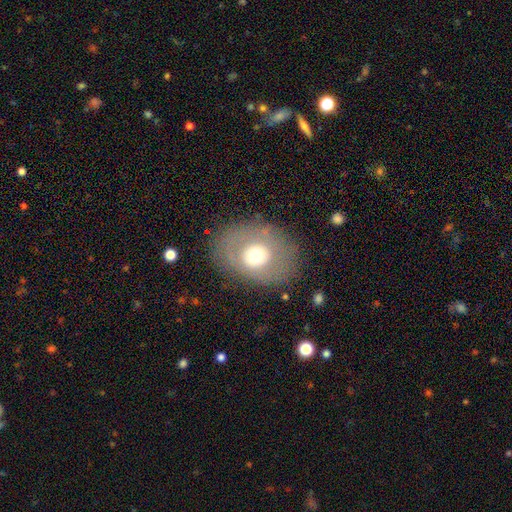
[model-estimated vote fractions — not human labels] A smooth galaxy with no disk features (53%) that is in between round and cigar-shaped (58%). Merging: none (78%).